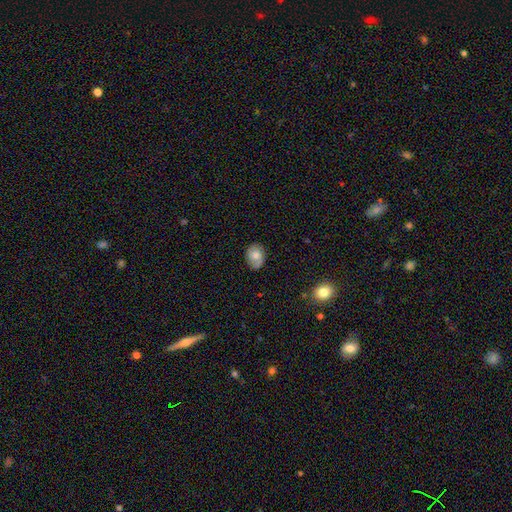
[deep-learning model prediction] Smooth or featured? smooth (66%)
How rounded? in between (57%)
Merging? none (77%)